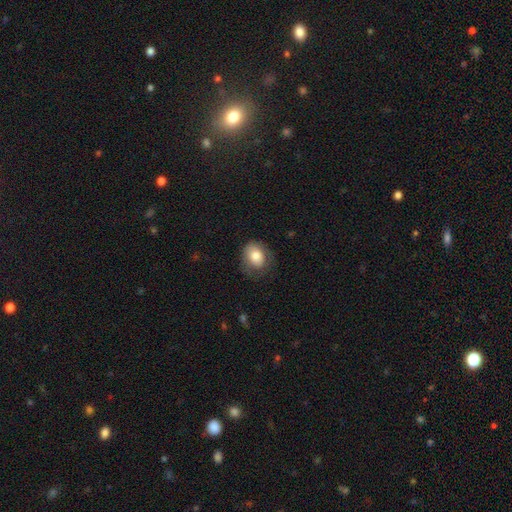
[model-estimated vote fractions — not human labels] Smooth or featured? smooth (77%)
How rounded? round (53%)
Merging? none (63%)